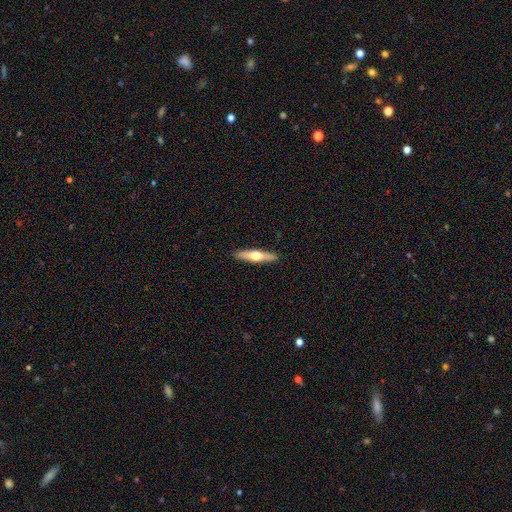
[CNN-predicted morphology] Smooth or featured? featured or disk (49%)
Merging? none (91%)